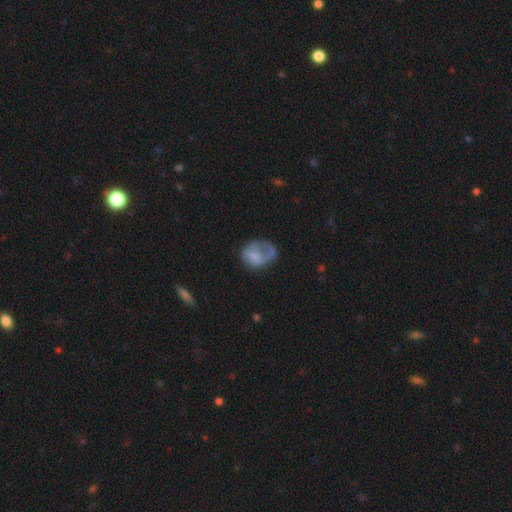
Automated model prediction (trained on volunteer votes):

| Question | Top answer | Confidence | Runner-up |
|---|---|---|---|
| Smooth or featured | smooth | 55% | featured or disk (36%) |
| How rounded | in between | 52% | round (46%) |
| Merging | major disturbance | 41% | none (32%) |